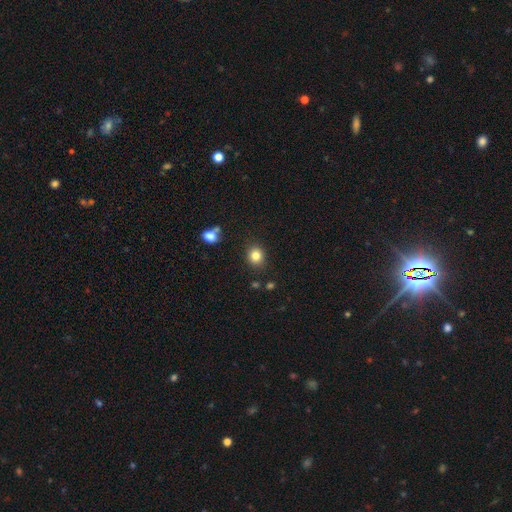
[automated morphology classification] The model was most divided on "how rounded": round: 73%, in between: 26%, cigar-shaped: 1%. More confident: merging — none (86%); smooth or featured — smooth (83%).